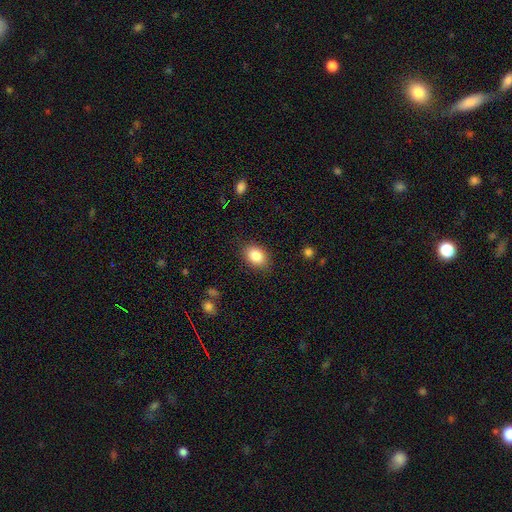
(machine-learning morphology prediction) Q: Smooth or featured?
A: smooth (86%); runner-up: star or artifact (8%)
Q: How rounded?
A: in between (75%); runner-up: round (24%)
Q: Merging?
A: none (84%); runner-up: minor disturbance (12%)